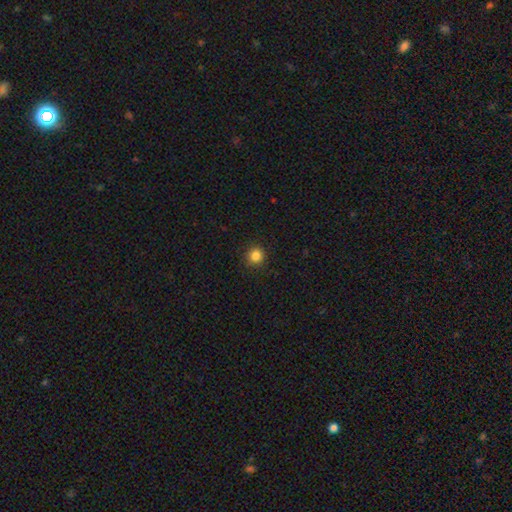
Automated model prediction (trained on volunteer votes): Overall: smooth (85%). How rounded: round (94%). Merging: none (91%).